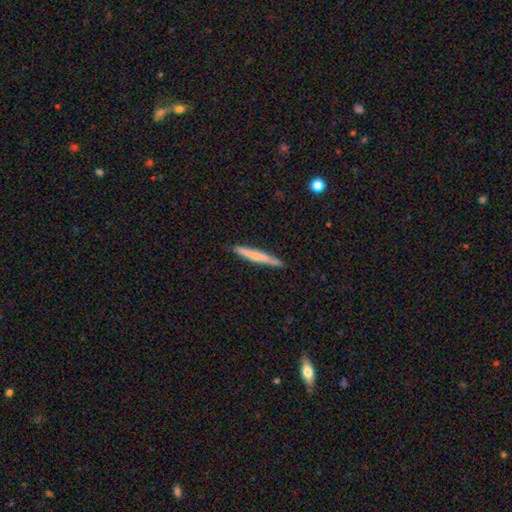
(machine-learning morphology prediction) The model was most divided on "smooth or featured": smooth: 59%, featured or disk: 36%, star or artifact: 6%. More confident: how rounded — cigar-shaped (96%); merging — none (87%).